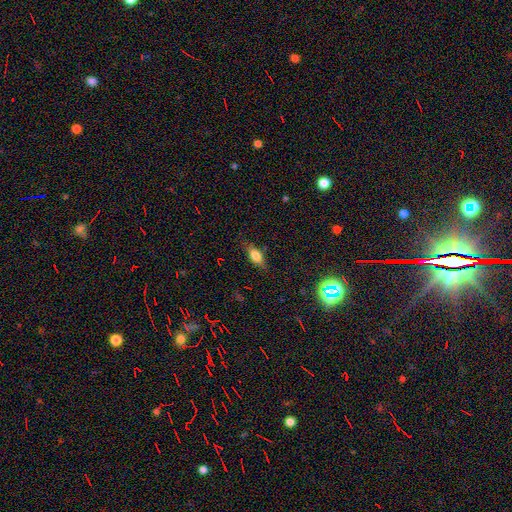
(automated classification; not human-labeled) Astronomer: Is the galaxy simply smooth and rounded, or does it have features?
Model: smooth — 70%.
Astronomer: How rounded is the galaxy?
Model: in between — 75%.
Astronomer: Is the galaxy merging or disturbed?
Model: none — 81%.